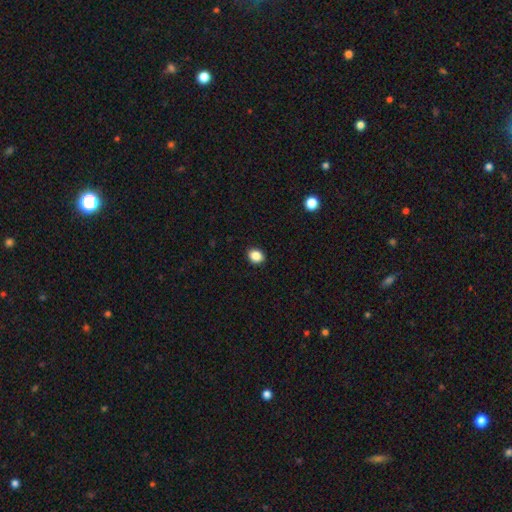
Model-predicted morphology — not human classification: Smooth or featured: smooth — 87% (star or artifact — 10%)
How rounded: round — 52% (in between — 47%)
Merging: none — 91% (minor disturbance — 6%)